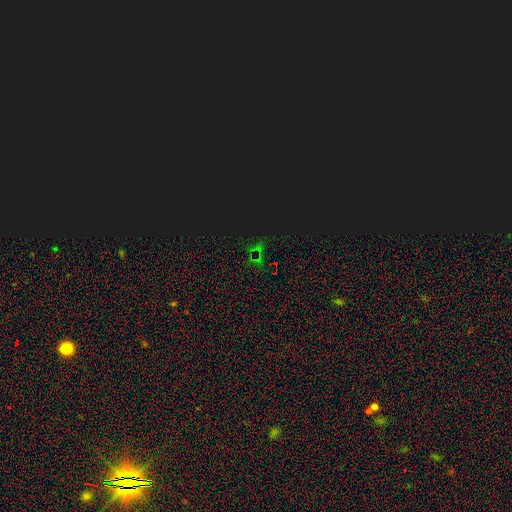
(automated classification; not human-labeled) star or artifact 79%, smooth 13%, featured or disk 8%.